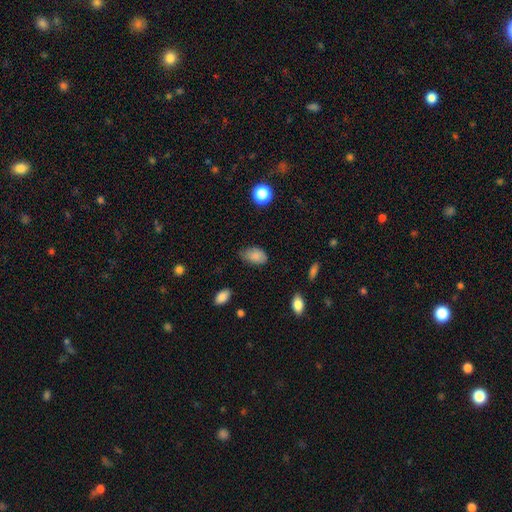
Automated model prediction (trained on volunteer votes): smooth_or_featured: smooth (p=0.85) [alt: star or artifact p=0.08]
how_rounded: in between (p=0.91) [alt: round p=0.08]
merging: none (p=0.66) [alt: minor disturbance p=0.27]